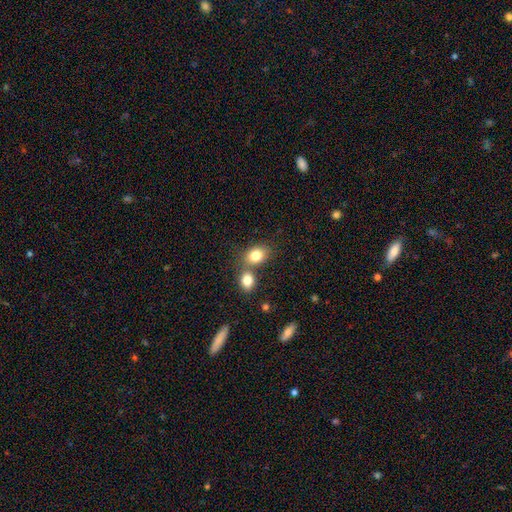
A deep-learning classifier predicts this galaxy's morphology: Smooth or featured? smooth (81%)
How rounded? in between (61%)
Merging? none (50%)